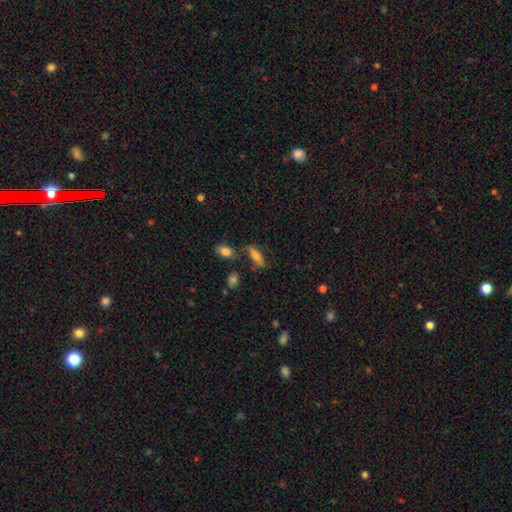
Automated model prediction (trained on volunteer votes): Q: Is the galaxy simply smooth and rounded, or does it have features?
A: smooth — 69%.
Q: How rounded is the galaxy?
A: in between — 50%.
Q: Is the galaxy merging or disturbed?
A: none — 63%.